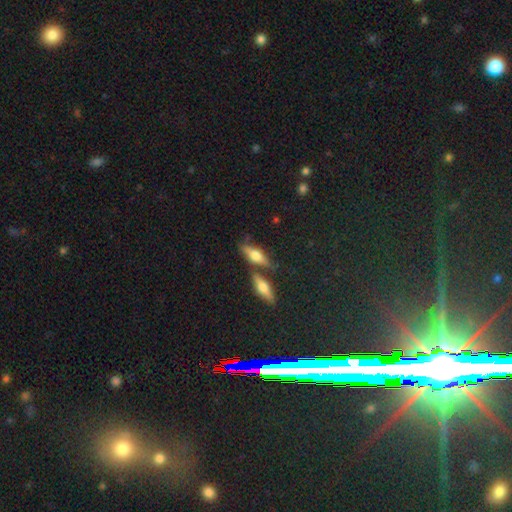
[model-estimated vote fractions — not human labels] This is possibly a featured or disk galaxy (48%). Merging: likely none (65%).